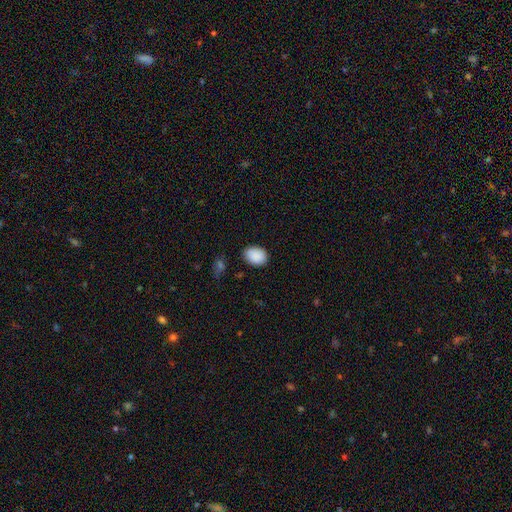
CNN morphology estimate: Overall: smooth (90%). How rounded: in between (71%). Merging: none (82%).